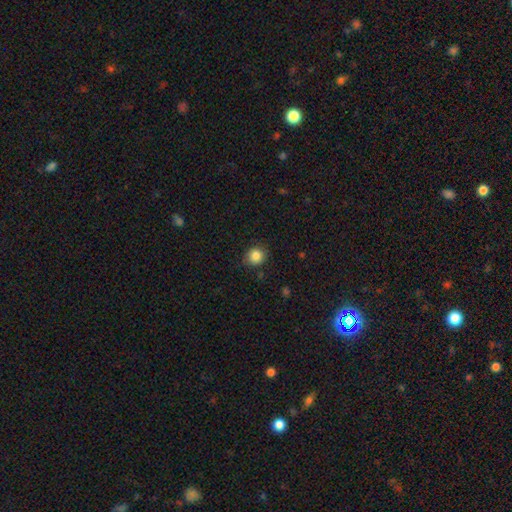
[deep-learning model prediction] This is clearly a smooth galaxy (85%). How rounded: clearly round (83%). Merging: clearly none (83%).